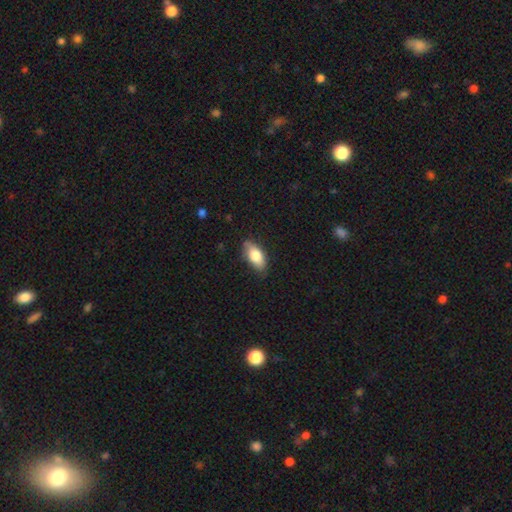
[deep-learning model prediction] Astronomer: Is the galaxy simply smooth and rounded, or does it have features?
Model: smooth — 78%.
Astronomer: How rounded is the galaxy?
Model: in between — 89%.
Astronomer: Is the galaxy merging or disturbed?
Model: none — 77%.